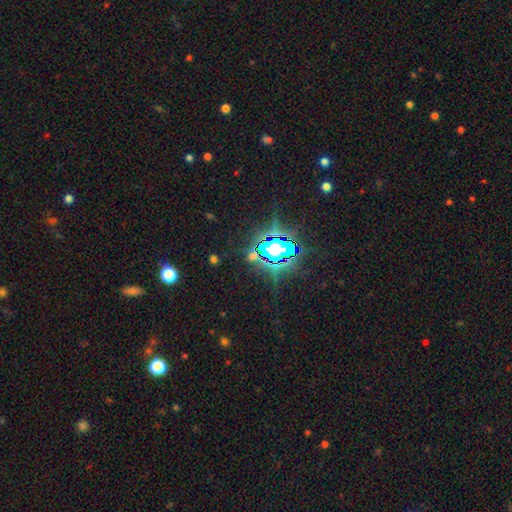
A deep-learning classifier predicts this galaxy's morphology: A star or artifact, not a galaxy (78%).